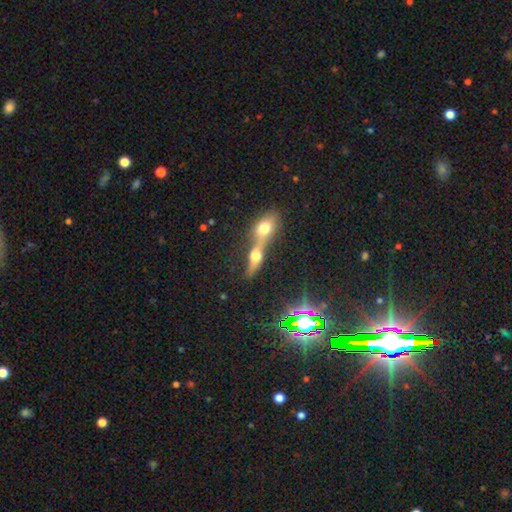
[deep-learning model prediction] Smooth or featured? Predicted: smooth (p=0.50). Merging? Predicted: merger (p=0.65).